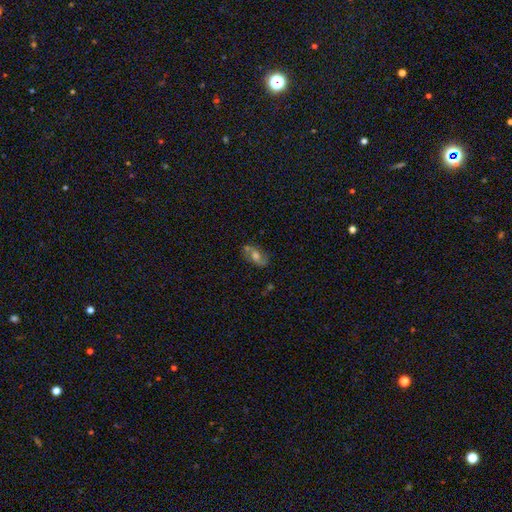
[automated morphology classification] A featured or disk galaxy (46%).

Vote fractions:
- Smooth or featured? featured or disk: 46% / smooth: 43% / star or artifact: 11%
- Merging? none: 61% / minor disturbance: 19% / merger: 13% / major disturbance: 7%